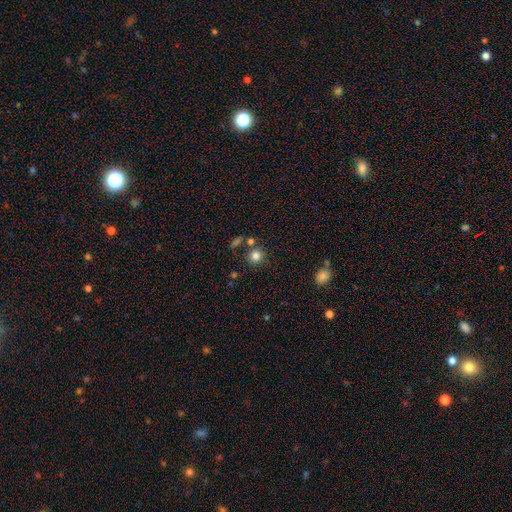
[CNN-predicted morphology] type=smooth (81%); roundness=round (91%); merging=none (78%).